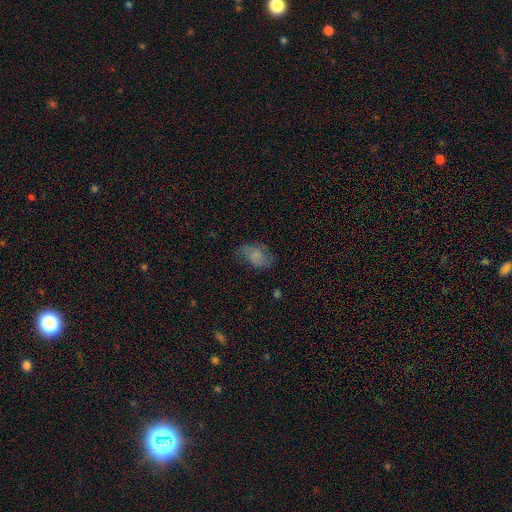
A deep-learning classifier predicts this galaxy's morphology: Q: Smooth or featured?
A: smooth (60%); runner-up: featured or disk (30%)
Q: How rounded?
A: in between (83%); runner-up: round (15%)
Q: Merging?
A: none (49%); runner-up: minor disturbance (31%)